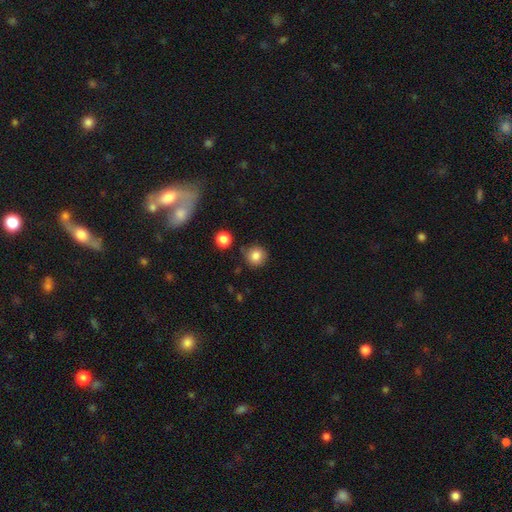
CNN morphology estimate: Q: Smooth or featured?
A: smooth (84%); runner-up: star or artifact (11%)
Q: How rounded?
A: round (92%); runner-up: in between (7%)
Q: Merging?
A: none (85%); runner-up: minor disturbance (9%)